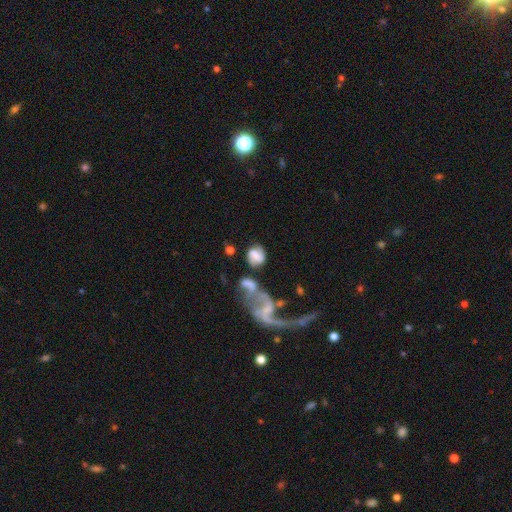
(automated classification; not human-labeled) smooth 55%, featured or disk 35%, star or artifact 10%. Down the decision tree: how rounded — in between (58%); merging — none (35%).